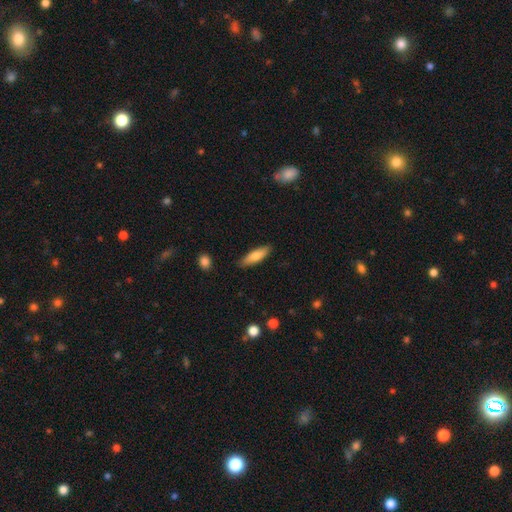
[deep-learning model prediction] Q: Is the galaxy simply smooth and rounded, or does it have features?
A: smooth — 76%.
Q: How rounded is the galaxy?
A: cigar-shaped — 57%.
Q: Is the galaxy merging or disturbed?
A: none — 85%.